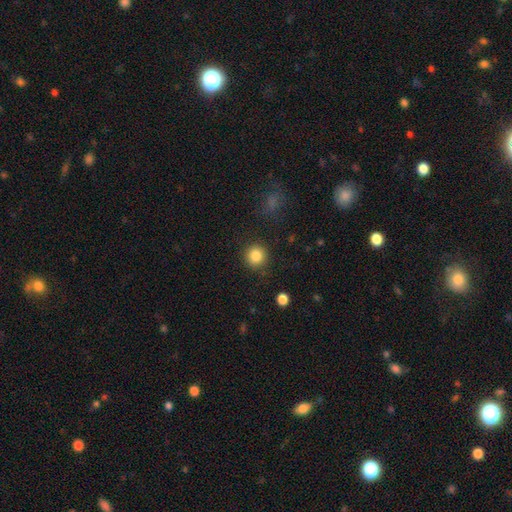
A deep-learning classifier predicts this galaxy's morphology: A smooth galaxy with no disk features (85%) that is round (92%).

Vote fractions:
- Smooth or featured? smooth: 85% / star or artifact: 10% / featured or disk: 5%
- How rounded? round: 92% / in between: 7% / cigar-shaped: 1%
- Merging? none: 89% / minor disturbance: 7% / major disturbance: 3% / merger: 2%